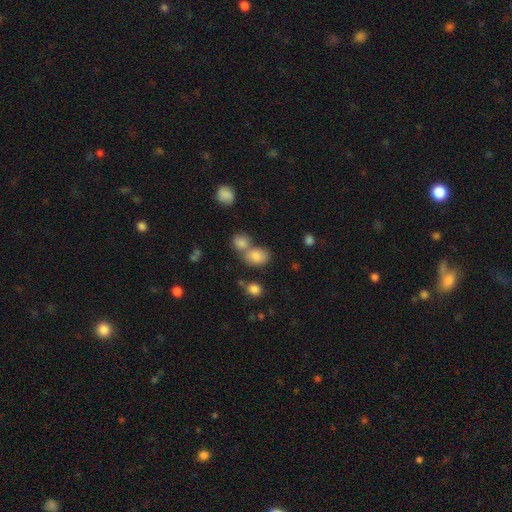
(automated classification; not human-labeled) smooth-or-featured: smooth: 80% | star or artifact: 12% | featured or disk: 8%
  how-rounded: in between: 63% | round: 35% | cigar-shaped: 1%
  merging: none: 47% | merger: 40% | minor disturbance: 10% | major disturbance: 4%